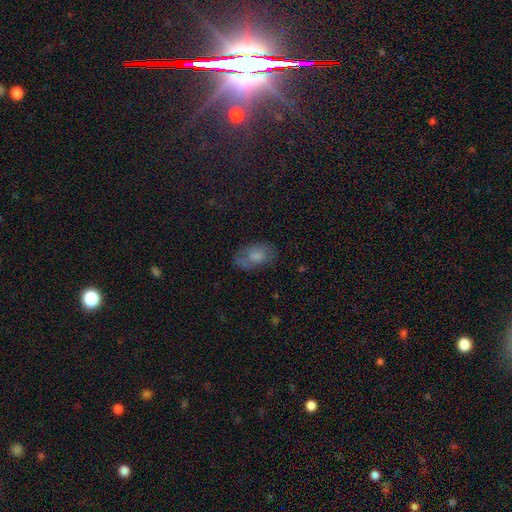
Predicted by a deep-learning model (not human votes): The model was most divided on "merging": none: 59%, minor disturbance: 26%, major disturbance: 12%, merger: 3%. More confident: how rounded — in between (89%); smooth or featured — smooth (66%).